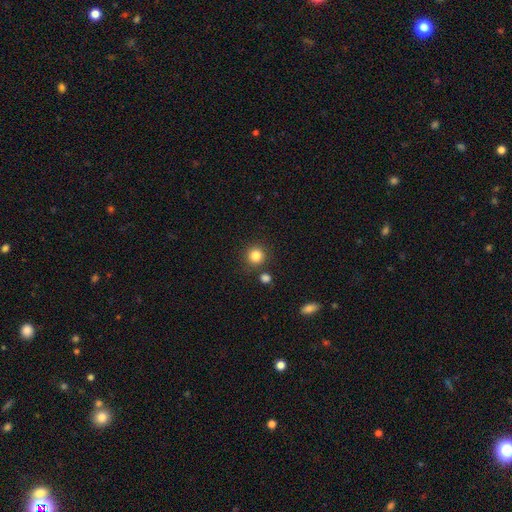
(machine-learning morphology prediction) smooth_or_featured: smooth (p=0.84) [alt: star or artifact p=0.12]
how_rounded: round (p=0.92) [alt: in between p=0.07]
merging: none (p=0.84) [alt: minor disturbance p=0.08]